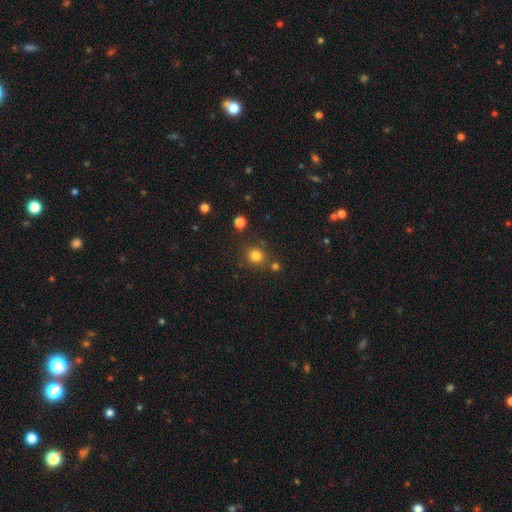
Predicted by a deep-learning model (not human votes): Overall: smooth (80%). How rounded: round (85%). Merging: none (78%).